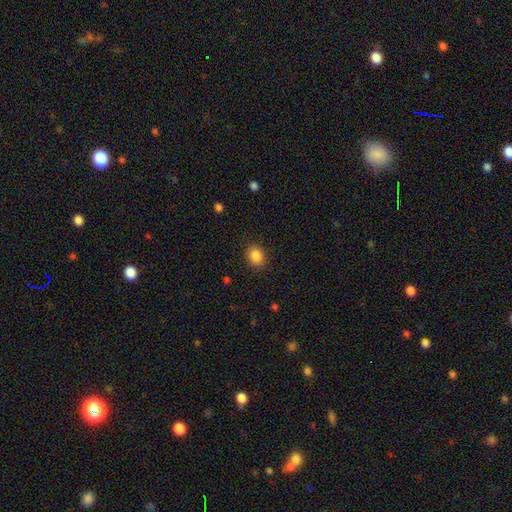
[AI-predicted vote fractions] A smooth galaxy with no disk features (87%) that is in between round and cigar-shaped (52%). Merging: none (88%).